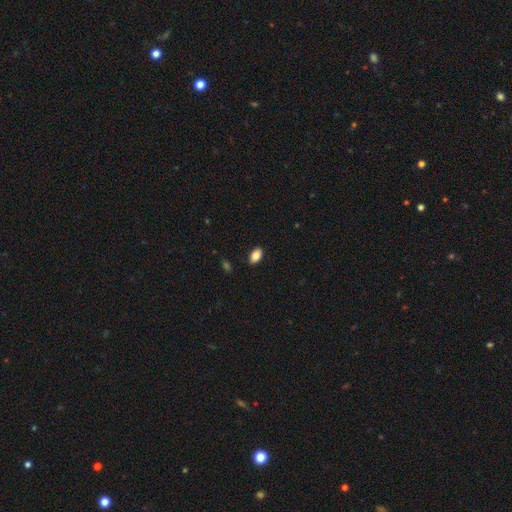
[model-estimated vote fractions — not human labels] A smooth galaxy with no disk features (85%) that is in between round and cigar-shaped (92%). Merging: none (88%).